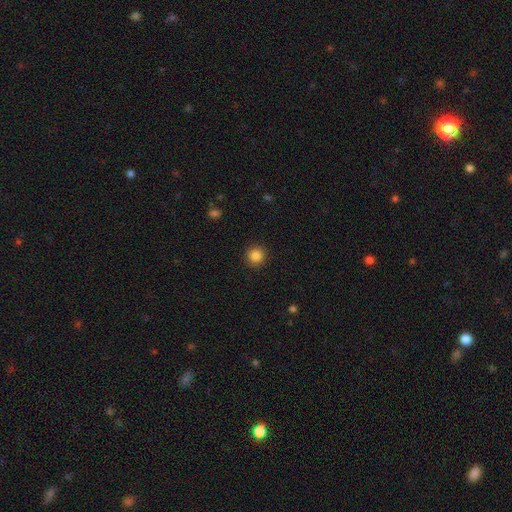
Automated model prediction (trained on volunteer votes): A smooth galaxy with no disk features (86%) that is round (95%).

Vote fractions:
- Smooth or featured? smooth: 86% / star or artifact: 10% / featured or disk: 4%
- How rounded? round: 95% / in between: 4% / cigar-shaped: 1%
- Merging? none: 92% / minor disturbance: 5% / major disturbance: 2% / merger: 1%